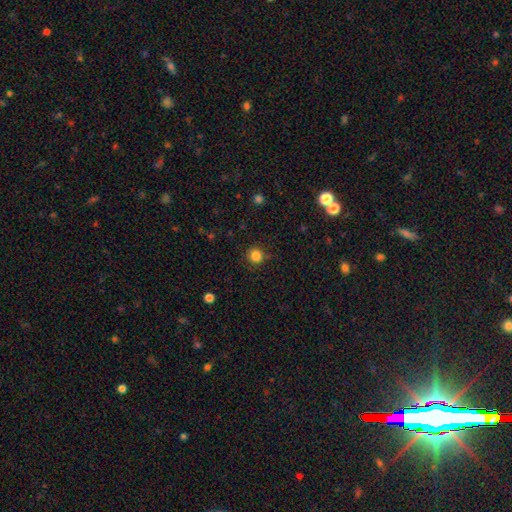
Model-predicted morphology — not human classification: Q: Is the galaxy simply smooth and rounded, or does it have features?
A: smooth — 84%.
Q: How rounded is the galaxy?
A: round — 93%.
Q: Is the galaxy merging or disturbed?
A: none — 85%.